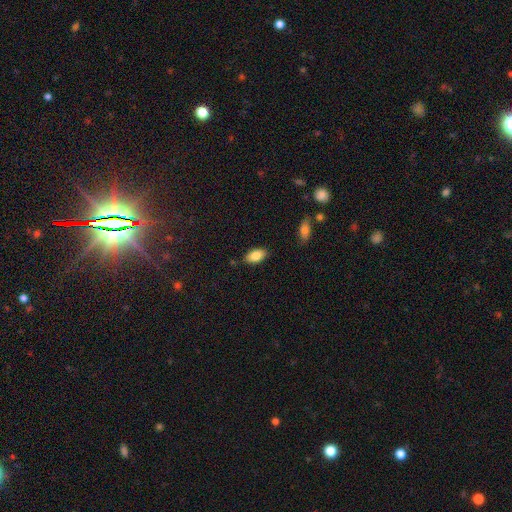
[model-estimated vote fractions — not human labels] Smooth or featured: smooth — 84% (featured or disk — 9%)
How rounded: in between — 92% (round — 4%)
Merging: none — 83% (minor disturbance — 12%)